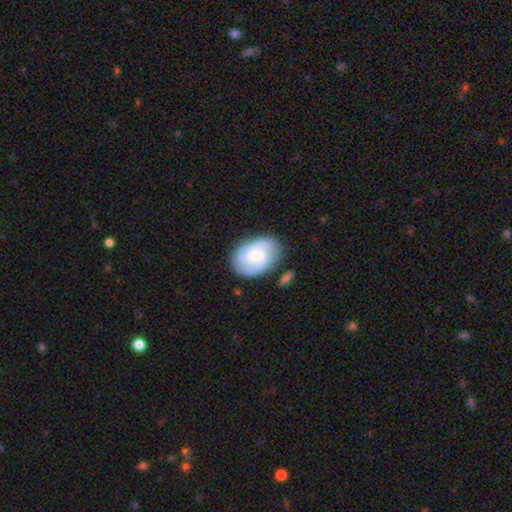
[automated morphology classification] Q: Smooth or featured?
A: featured or disk (67%); runner-up: smooth (27%)
Q: Edge-on disk?
A: no (97%); runner-up: yes (3%)
Q: Bar?
A: no (52%); runner-up: weak (43%)
Q: Spiral arms?
A: yes (93%); runner-up: no (7%)
Q: Spiral winding?
A: tight (47%); runner-up: medium (40%)
Q: Spiral arm count?
A: 3 (31%); runner-up: can't tell (26%)
Q: Bulge size?
A: small (53%); runner-up: moderate (37%)
Q: Merging?
A: none (77%); runner-up: minor disturbance (15%)